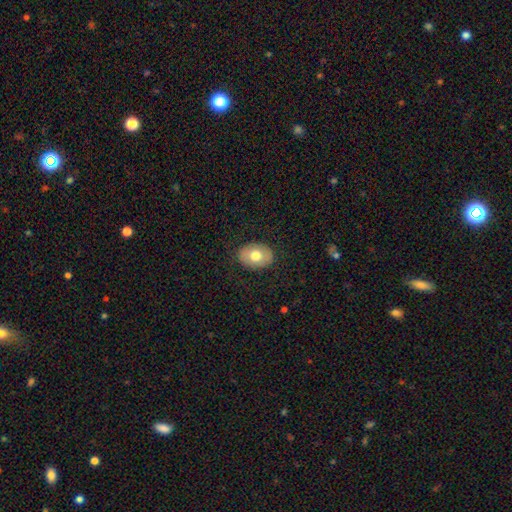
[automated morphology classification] Q: Smooth or featured?
A: smooth (69%); runner-up: featured or disk (25%)
Q: How rounded?
A: in between (71%); runner-up: round (28%)
Q: Merging?
A: none (85%); runner-up: minor disturbance (11%)